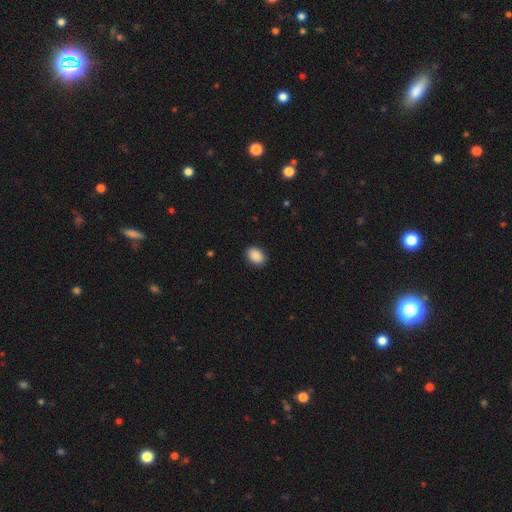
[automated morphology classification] smooth 88%, star or artifact 8%, featured or disk 4%. Down the decision tree: how rounded — in between (76%); merging — none (90%).